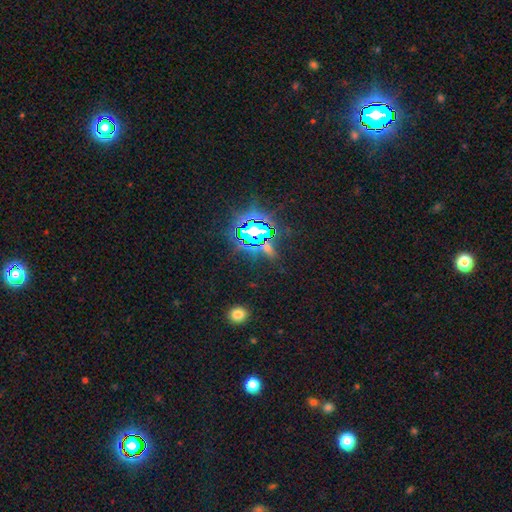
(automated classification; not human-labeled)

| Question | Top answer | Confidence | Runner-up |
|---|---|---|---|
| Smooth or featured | star or artifact | 72% | smooth (18%) |